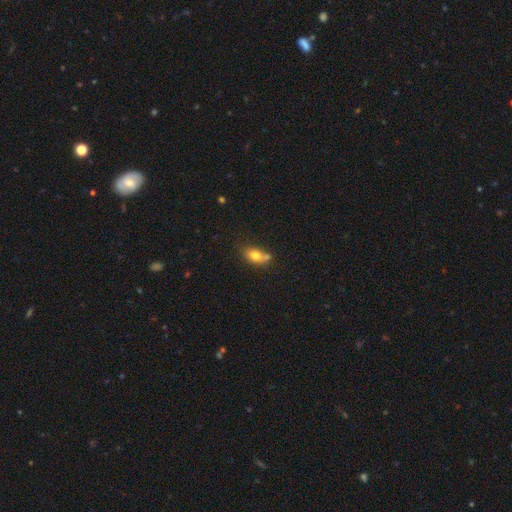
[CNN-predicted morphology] smooth-or-featured: smooth: 75% | featured or disk: 15% | star or artifact: 9%
  how-rounded: in between: 74% | round: 21% | cigar-shaped: 4%
  merging: none: 43% | merger: 31% | minor disturbance: 19% | major disturbance: 6%